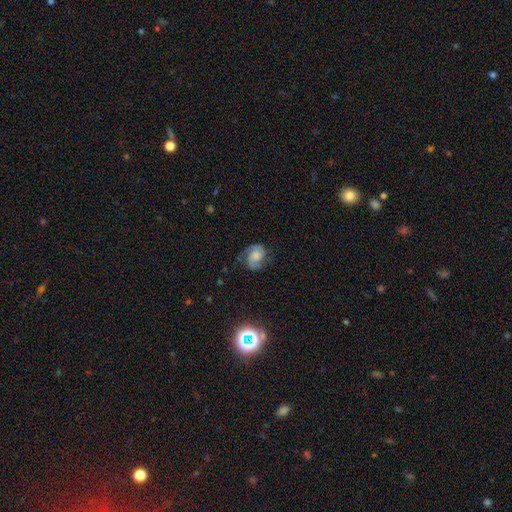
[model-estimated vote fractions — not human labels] The model was most divided on "bulge size": moderate: 33%, small: 24%, none: 23%, large: 17%, dominant: 3%. Remaining: edge-on disk — no (98%); spiral arms — yes (96%); spiral arm count — 2 (89%); smooth or featured — featured or disk (77%); merging — none (71%); bar — no (63%); spiral winding — medium (50%).